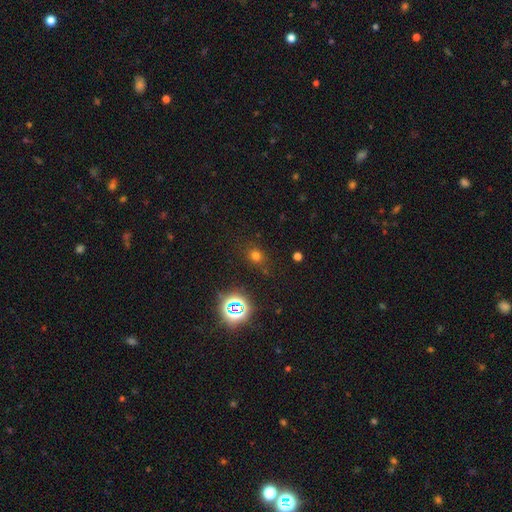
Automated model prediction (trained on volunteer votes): A smooth galaxy with no disk features (64%) that is round (73%).

Vote fractions:
- Smooth or featured? smooth: 64% / star or artifact: 29% / featured or disk: 7%
- How rounded? round: 73% / in between: 26% / cigar-shaped: 1%
- Merging? none: 79% / minor disturbance: 13% / major disturbance: 5% / merger: 3%